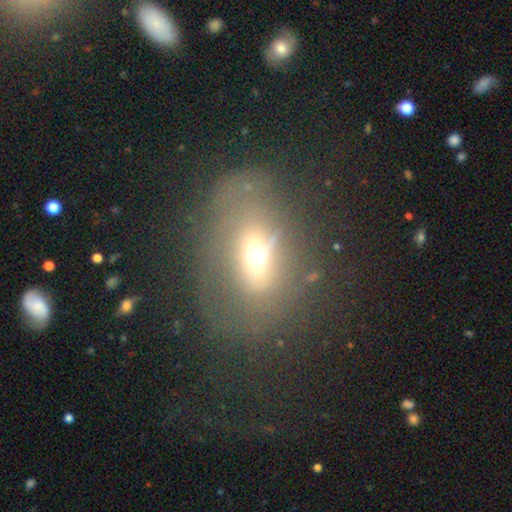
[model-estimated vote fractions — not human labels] The model was most divided on "smooth or featured": smooth: 47%, featured or disk: 35%, star or artifact: 17%. More confident: merging — none (52%).